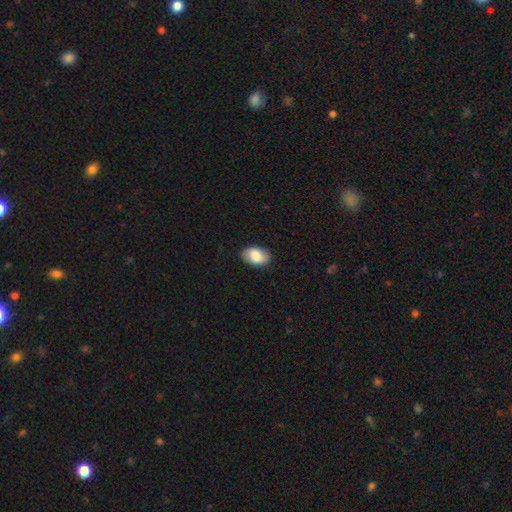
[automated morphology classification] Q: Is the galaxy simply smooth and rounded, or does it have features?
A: smooth — 75%.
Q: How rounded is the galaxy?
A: in between — 90%.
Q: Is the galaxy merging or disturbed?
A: none — 85%.